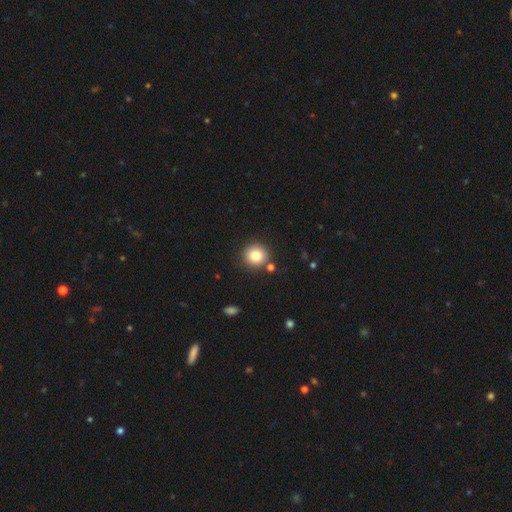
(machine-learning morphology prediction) smooth-or-featured: smooth: 83% | star or artifact: 11% | featured or disk: 7%
  how-rounded: round: 91% | in between: 8% | cigar-shaped: 1%
  merging: none: 84% | minor disturbance: 8% | merger: 6% | major disturbance: 2%